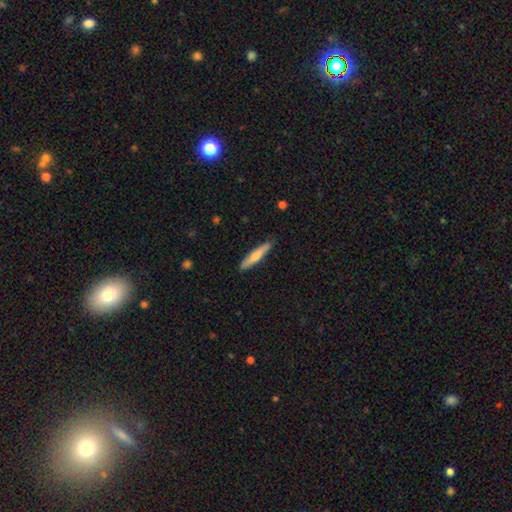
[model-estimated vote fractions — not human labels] This is likely a smooth galaxy (64%). How rounded: clearly cigar-shaped (90%). Merging: clearly none (88%).